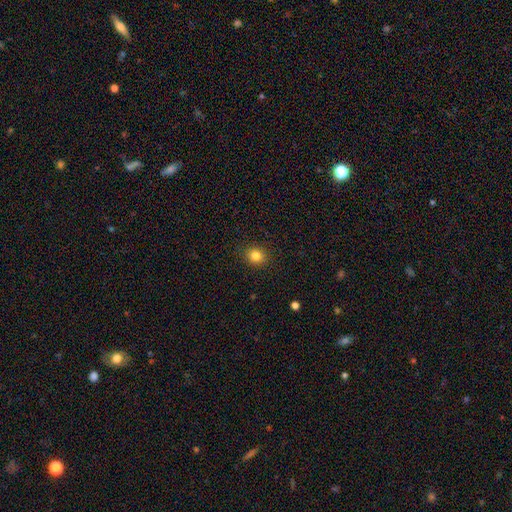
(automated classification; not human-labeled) Smooth or featured? smooth (83%)
How rounded? round (68%)
Merging? none (91%)